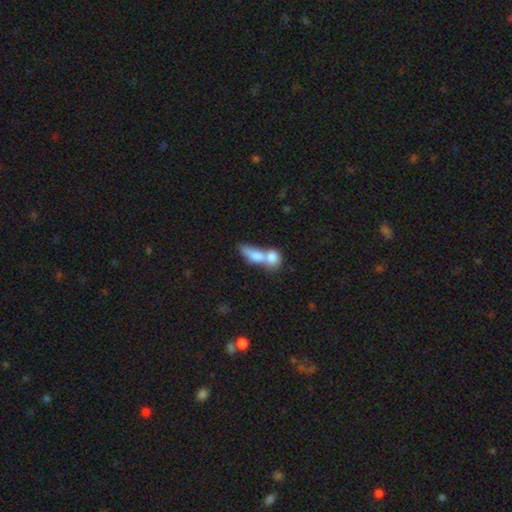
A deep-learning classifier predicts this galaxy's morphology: type=smooth (75%); roundness=in between (71%); merging=merger (75%).